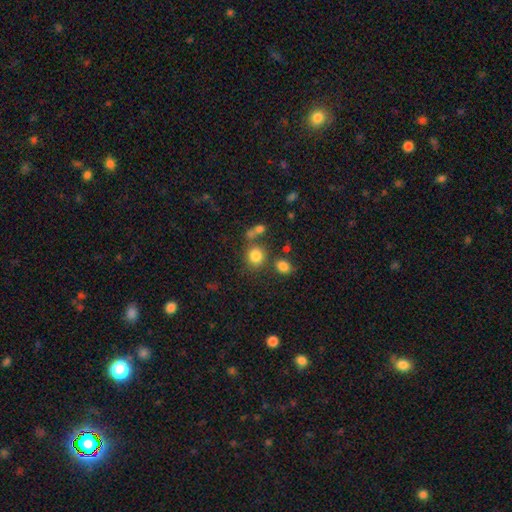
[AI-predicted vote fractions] This appears to be a smooth galaxy with no disk features (81%) that is round (82%). Merging: none (70%).